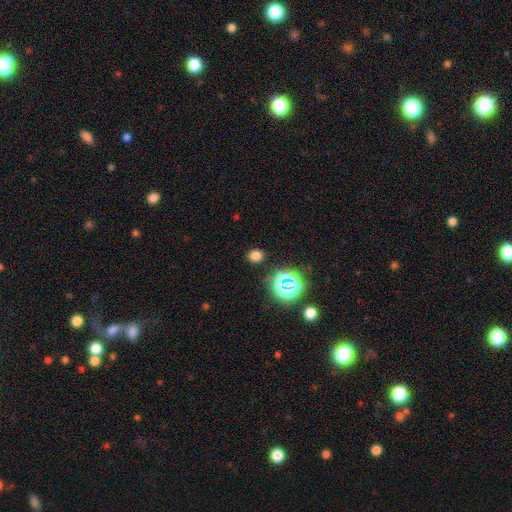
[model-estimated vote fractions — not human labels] A smooth galaxy with no disk features (71%) that is round (66%).

Vote fractions:
- Smooth or featured? smooth: 71% / star or artifact: 24% / featured or disk: 5%
- How rounded? round: 66% / in between: 32% / cigar-shaped: 1%
- Merging? none: 88% / minor disturbance: 8% / major disturbance: 3% / merger: 2%